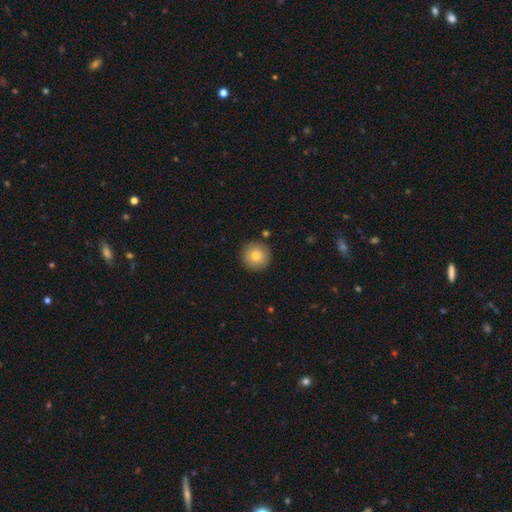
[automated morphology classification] Smooth or featured? smooth (81%)
How rounded? round (96%)
Merging? none (91%)